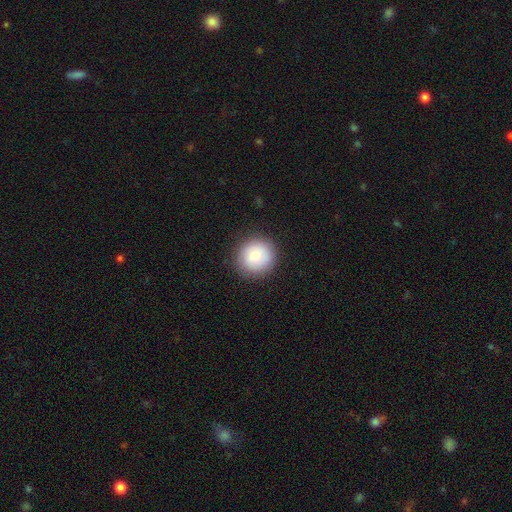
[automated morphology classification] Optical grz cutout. It shows a smooth galaxy with no disk features (80%) that is round (93%). Merging: none (88%).